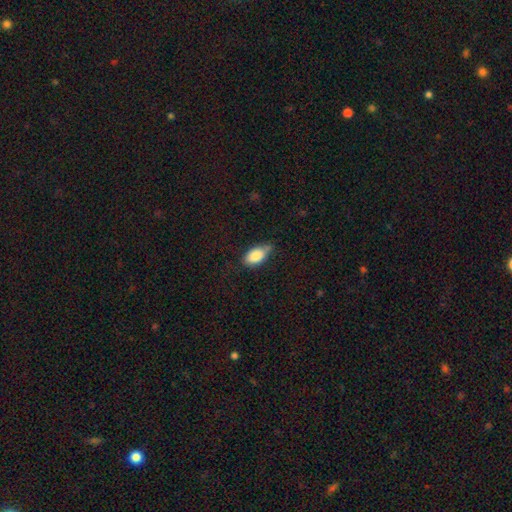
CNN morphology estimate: Overall: smooth (84%). How rounded: in between (92%). Merging: none (55%; minor disturbance 36%).